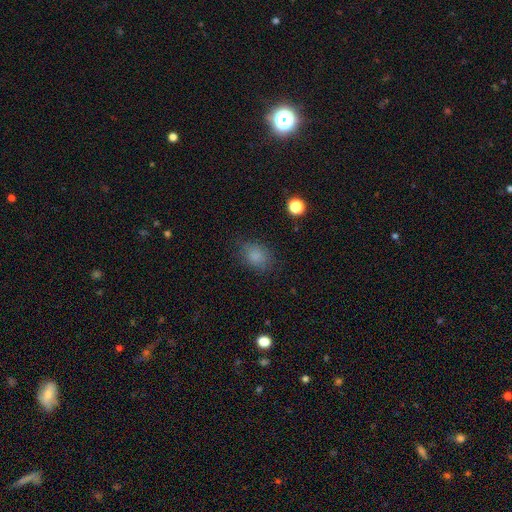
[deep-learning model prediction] Smooth or featured?
  - smooth: 83% *
  - star or artifact: 12%
  - featured or disk: 5%
How rounded?
  - in between: 56% *
  - round: 43%
  - cigar-shaped: 1%
Merging?
  - none: 78% *
  - minor disturbance: 15%
  - major disturbance: 5%
  - merger: 1%